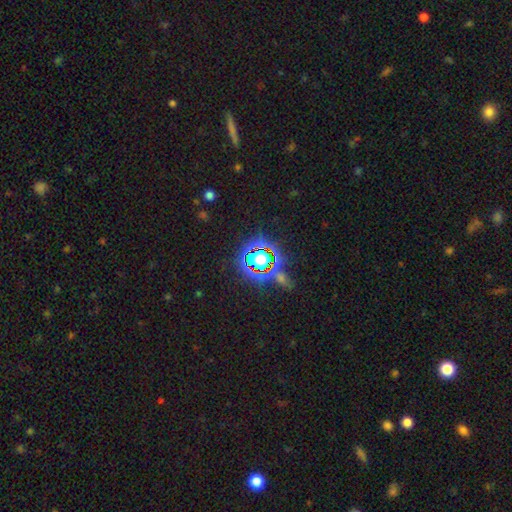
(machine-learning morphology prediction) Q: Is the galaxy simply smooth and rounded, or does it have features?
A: star or artifact — 74%.